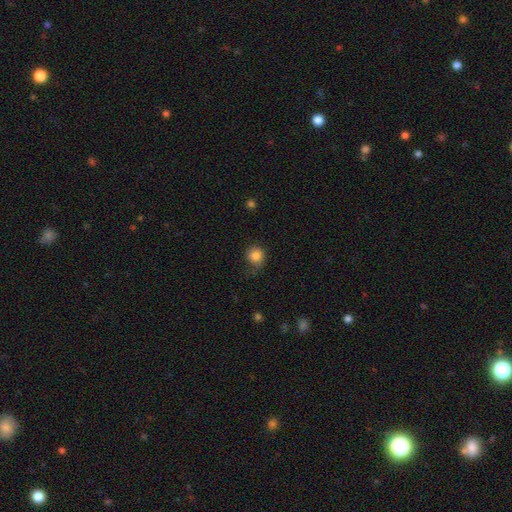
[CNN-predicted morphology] smooth 82%, star or artifact 10%, featured or disk 8%. Down the decision tree: how rounded — round (85%); merging — none (59%).